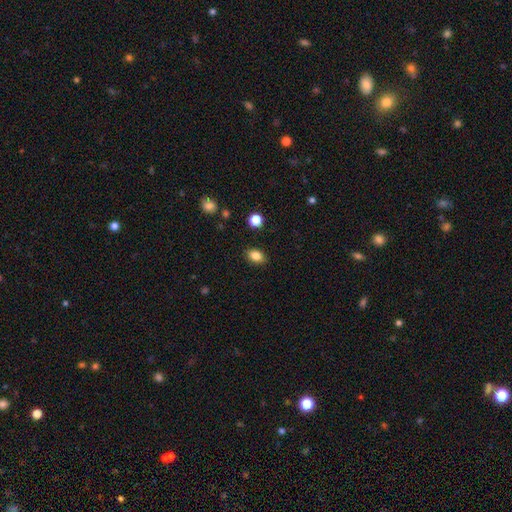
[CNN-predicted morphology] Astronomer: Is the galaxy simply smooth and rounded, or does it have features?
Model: smooth — 84%.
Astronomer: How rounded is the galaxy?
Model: in between — 77%.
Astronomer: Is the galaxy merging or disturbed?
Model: none — 87%.